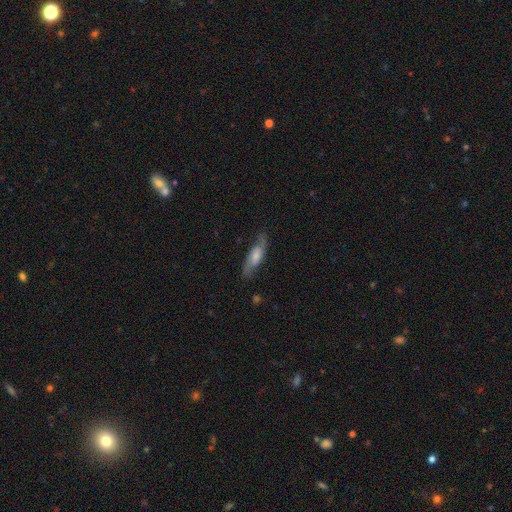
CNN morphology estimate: The model was most divided on "smooth or featured": featured or disk: 54%, smooth: 39%, star or artifact: 6%. More confident: merging — none (76%); edge-on disk — no (72%).